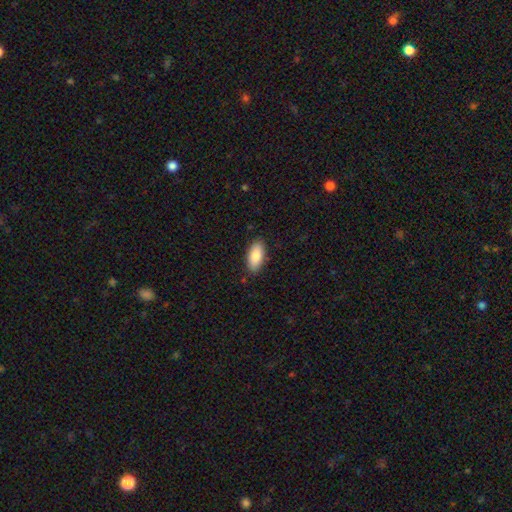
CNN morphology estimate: Smooth or featured: smooth — 85% (featured or disk — 9%)
How rounded: in between — 88% (cigar-shaped — 10%)
Merging: none — 87% (minor disturbance — 10%)